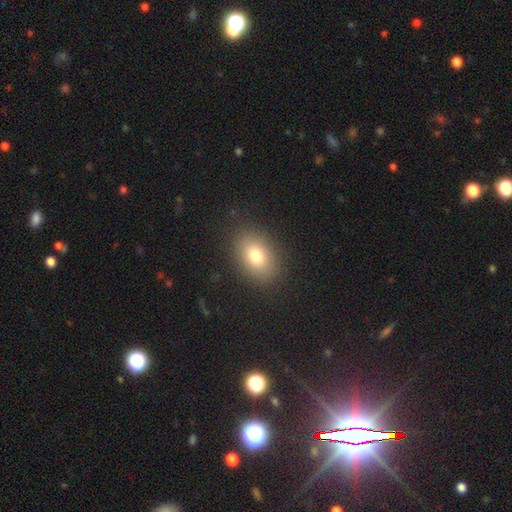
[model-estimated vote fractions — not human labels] smooth 79%, featured or disk 11%, star or artifact 10%. Down the decision tree: how rounded — in between (81%); merging — none (88%).